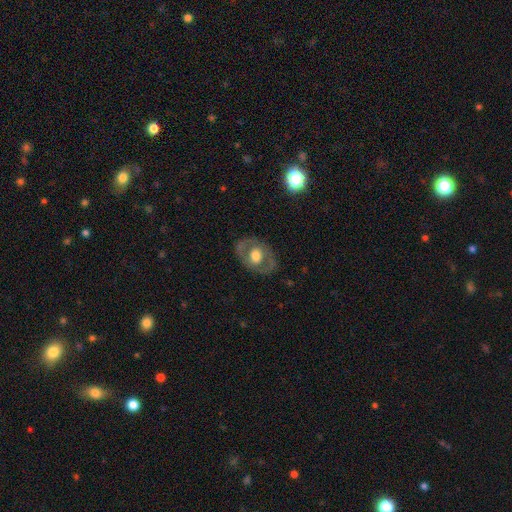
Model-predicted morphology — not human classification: smooth_or_featured: featured or disk (p=0.55) [alt: smooth p=0.38]
disk_edge_on: no (p=0.92) [alt: yes p=0.08]
bar: no (p=0.77) [alt: weak p=0.18]
has_spiral_arms: no (p=0.77) [alt: yes p=0.23]
bulge_size: moderate (p=0.50) [alt: large p=0.42]
merging: none (p=0.79) [alt: minor disturbance p=0.14]